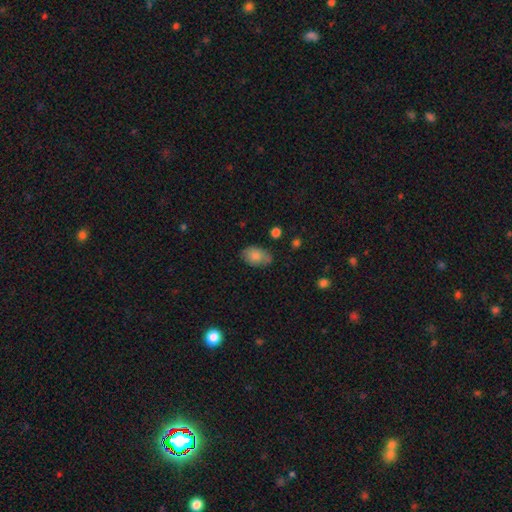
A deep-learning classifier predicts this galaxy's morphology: Q: Smooth or featured?
A: smooth (81%); runner-up: featured or disk (11%)
Q: How rounded?
A: in between (88%); runner-up: round (11%)
Q: Merging?
A: none (64%); runner-up: minor disturbance (27%)